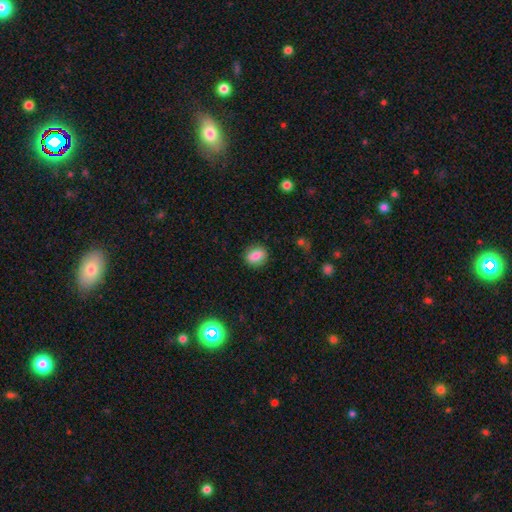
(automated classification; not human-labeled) This is clearly a smooth galaxy (83%). How rounded: possibly in between (53%). Merging: clearly none (87%).